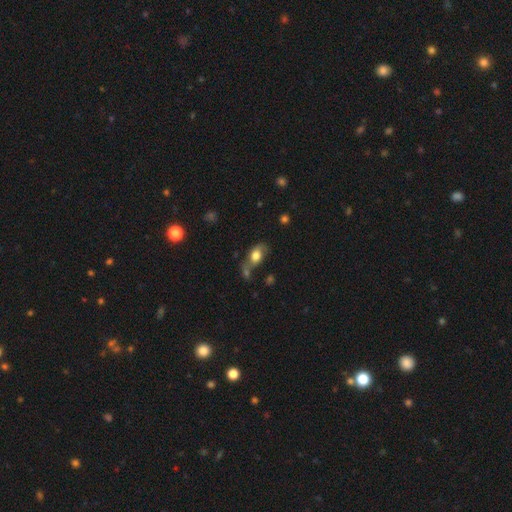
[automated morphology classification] type=smooth (72%); roundness=in between (81%); merging=none (44%).